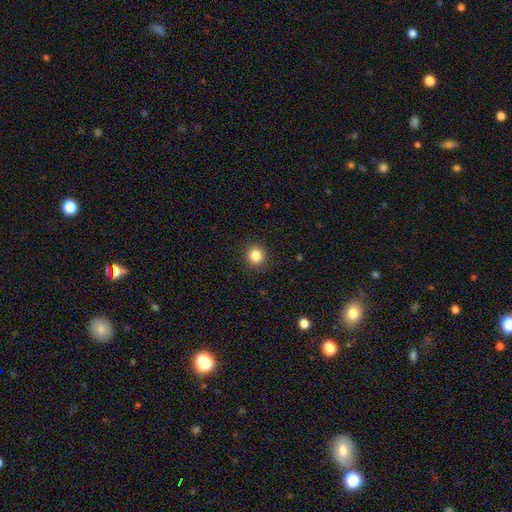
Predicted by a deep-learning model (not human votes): Overall: smooth (84%). How rounded: round (92%). Merging: none (91%).